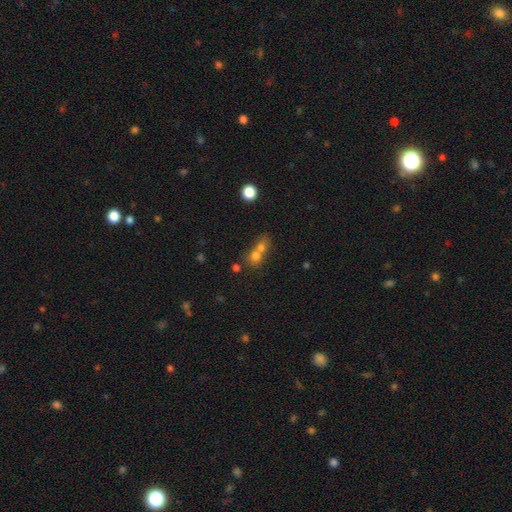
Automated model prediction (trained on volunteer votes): A smooth galaxy with no disk features (70%) that is round (74%). Merging: merger (66%).